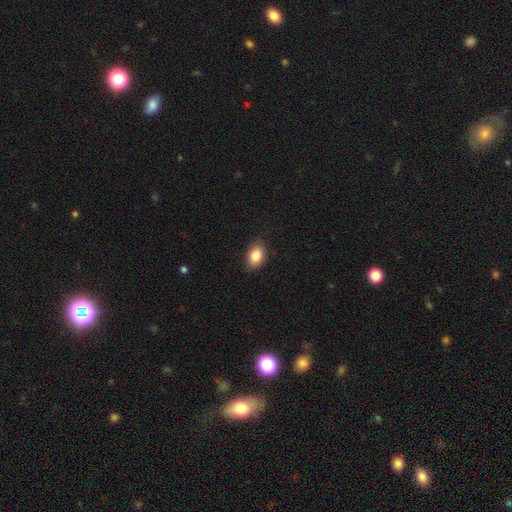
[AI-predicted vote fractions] Smooth or featured? smooth (85%)
How rounded? in between (82%)
Merging? none (87%)